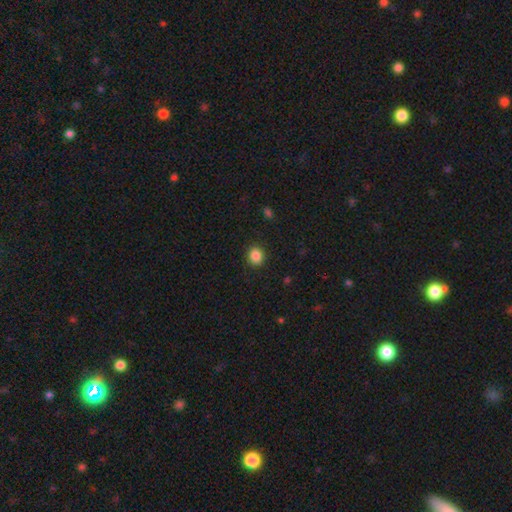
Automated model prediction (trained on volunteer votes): Smooth or featured? Predicted: smooth (p=0.86). How rounded? Predicted: round (p=0.79). Merging? Predicted: none (p=0.90).